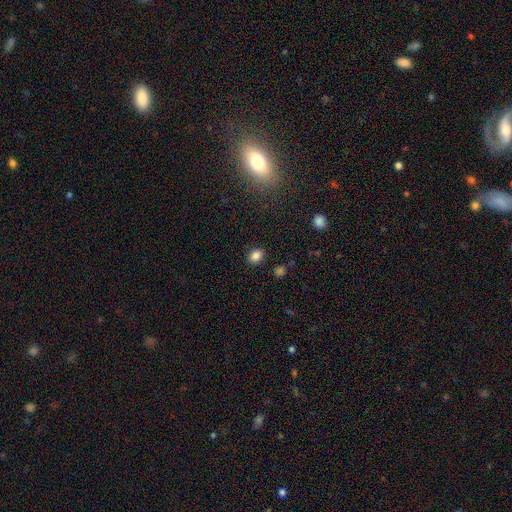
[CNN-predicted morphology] type=smooth (84%); roundness=in between (51%); merging=none (87%).